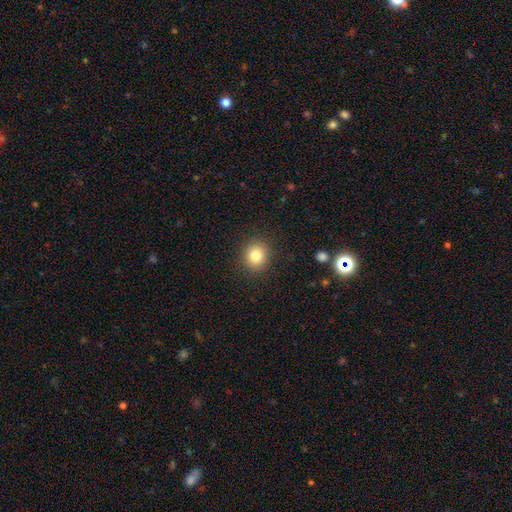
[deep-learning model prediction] Smooth or featured?
  - smooth: 83% *
  - star or artifact: 10%
  - featured or disk: 7%
How rounded?
  - round: 81% *
  - in between: 18%
  - cigar-shaped: 1%
Merging?
  - none: 90% *
  - minor disturbance: 7%
  - major disturbance: 2%
  - merger: 1%